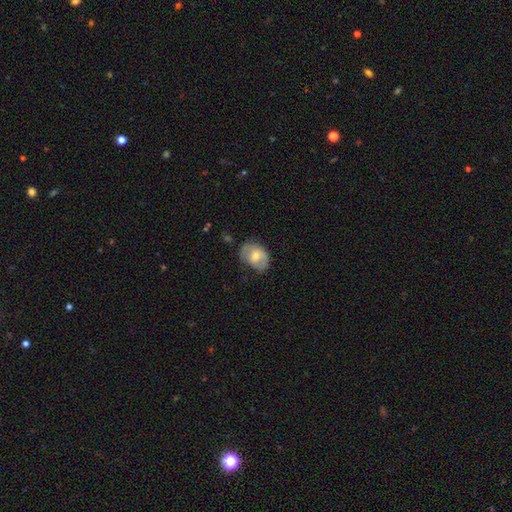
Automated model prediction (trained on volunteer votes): Q: Smooth or featured?
A: smooth (57%); runner-up: featured or disk (36%)
Q: How rounded?
A: in between (68%); runner-up: round (31%)
Q: Merging?
A: none (62%); runner-up: minor disturbance (28%)